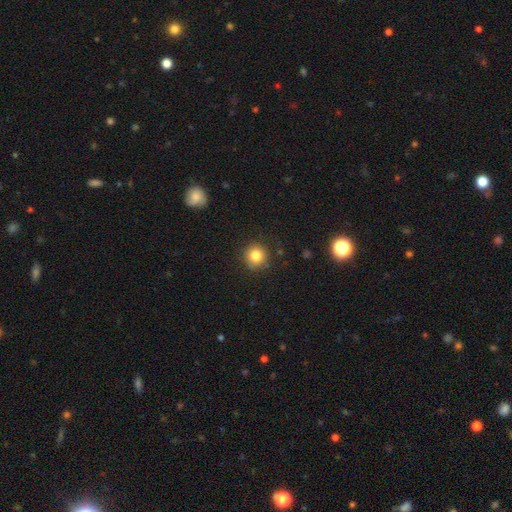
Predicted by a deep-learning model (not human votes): Smooth or featured?
  - smooth: 81% *
  - star or artifact: 11%
  - featured or disk: 7%
How rounded?
  - round: 93% *
  - in between: 6%
  - cigar-shaped: 1%
Merging?
  - none: 88% *
  - minor disturbance: 8%
  - major disturbance: 2%
  - merger: 1%